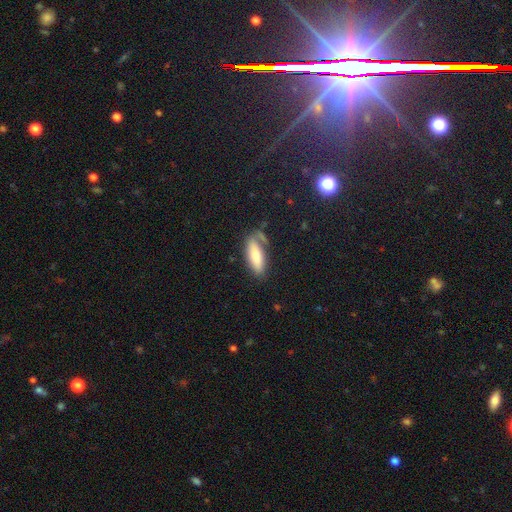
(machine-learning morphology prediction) Smooth or featured?
  - smooth: 80% *
  - featured or disk: 14%
  - star or artifact: 7%
How rounded?
  - in between: 62% *
  - cigar-shaped: 36%
  - round: 2%
Merging?
  - none: 62% *
  - minor disturbance: 22%
  - major disturbance: 9%
  - merger: 7%